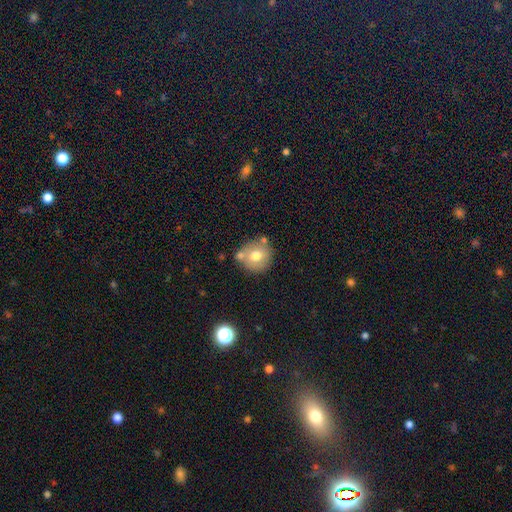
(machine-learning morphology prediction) Smooth or featured? smooth (66%)
How rounded? round (86%)
Merging? none (63%)